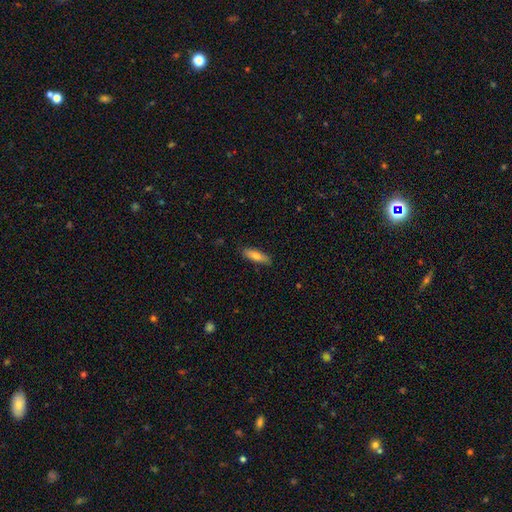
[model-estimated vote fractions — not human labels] This is likely a smooth galaxy (75%). How rounded: possibly cigar-shaped (55%). Merging: clearly none (85%).